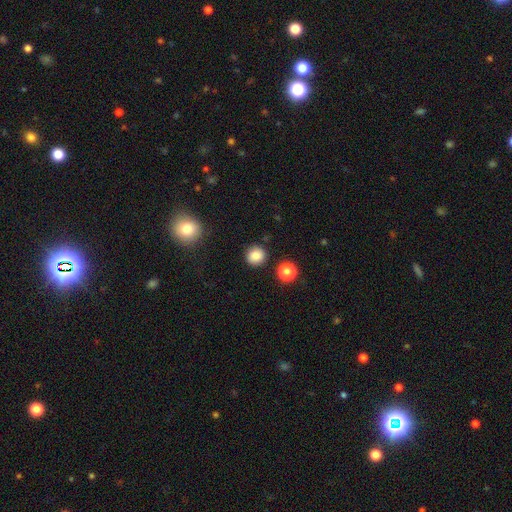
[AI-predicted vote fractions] smooth_or_featured: smooth (p=0.85) [alt: star or artifact p=0.11]
how_rounded: round (p=0.92) [alt: in between p=0.07]
merging: none (p=0.89) [alt: minor disturbance p=0.06]